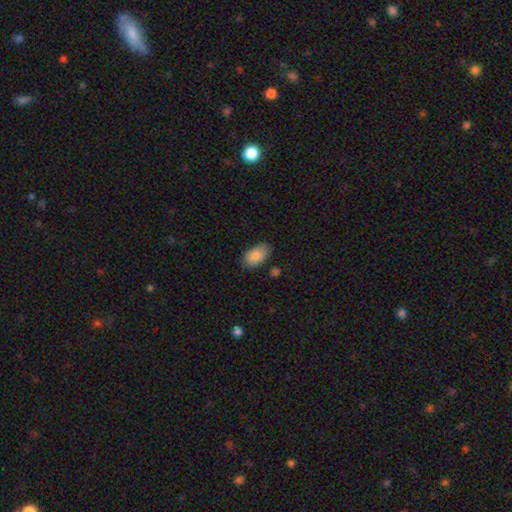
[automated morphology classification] This appears to be a smooth galaxy with no disk features (88%) that is in between round and cigar-shaped (94%). Merging: none (75%).